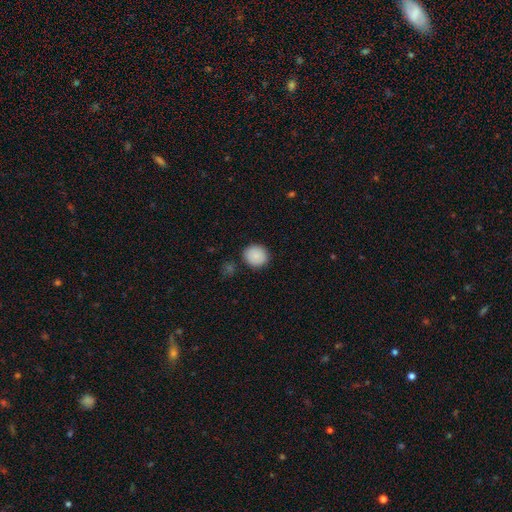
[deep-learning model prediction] smooth 89%, star or artifact 7%, featured or disk 4%. Down the decision tree: how rounded — round (84%); merging — none (87%).